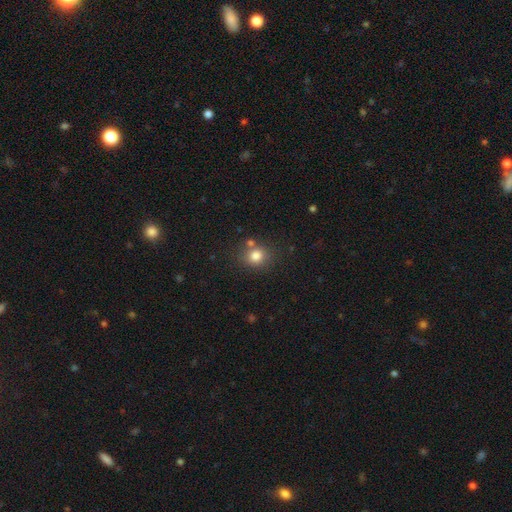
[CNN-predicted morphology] This is clearly a smooth galaxy (81%). How rounded: likely round (75%). Merging: likely none (72%).